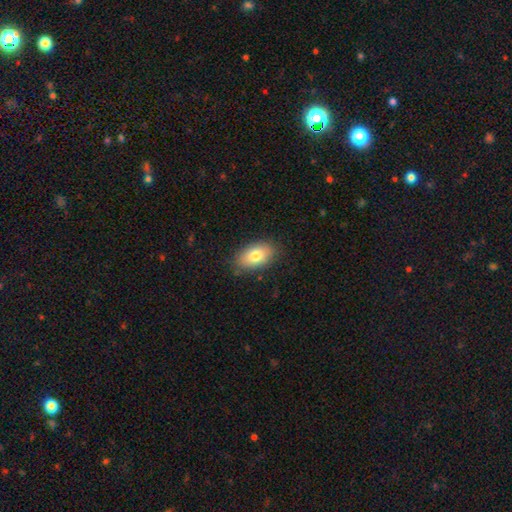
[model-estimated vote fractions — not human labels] Smooth or featured: smooth — 79% (featured or disk — 13%)
How rounded: in between — 91% (round — 7%)
Merging: none — 83% (minor disturbance — 13%)